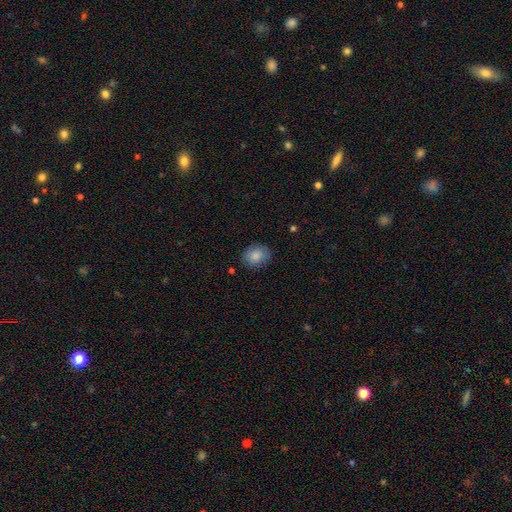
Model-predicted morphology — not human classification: Smooth or featured? Predicted: smooth (p=0.86). How rounded? Predicted: round (p=0.50). Merging? Predicted: none (p=0.83).